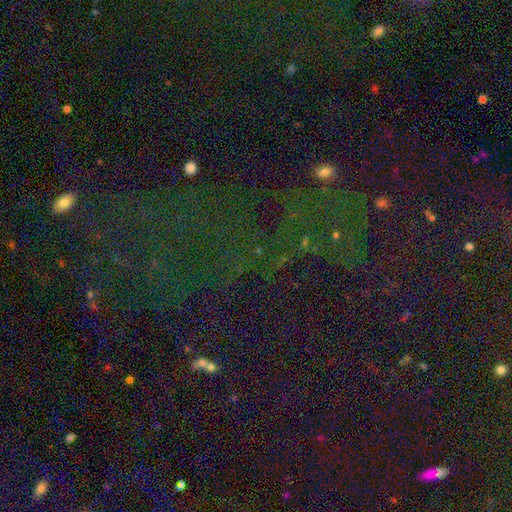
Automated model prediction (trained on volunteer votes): smooth-or-featured: star or artifact: 76% | smooth: 14% | featured or disk: 9%